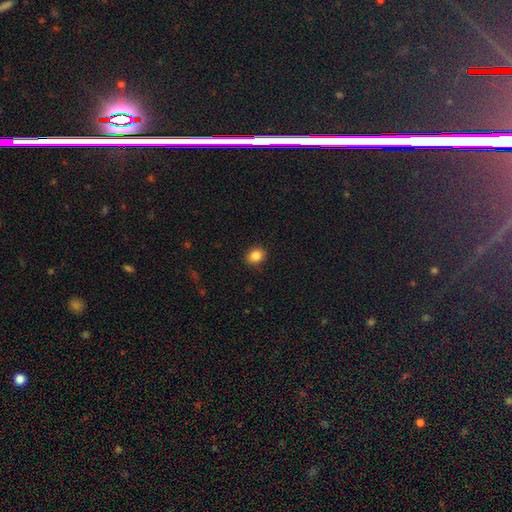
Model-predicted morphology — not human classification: smooth-or-featured: smooth: 85% | star or artifact: 10% | featured or disk: 5%
  how-rounded: round: 55% | in between: 44% | cigar-shaped: 1%
  merging: none: 89% | minor disturbance: 8% | major disturbance: 2% | merger: 1%